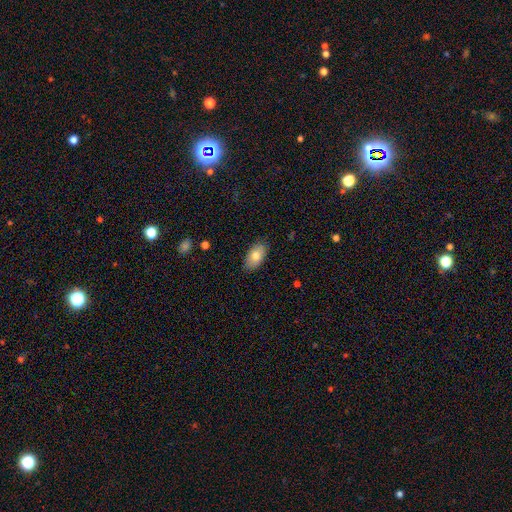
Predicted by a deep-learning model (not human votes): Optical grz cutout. It shows a smooth galaxy with no disk features (77%) that is in between round and cigar-shaped (93%). Merging: none (85%).